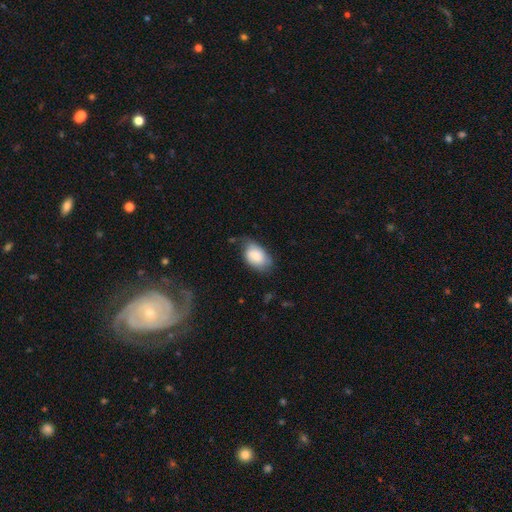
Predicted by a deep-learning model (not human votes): smooth_or_featured: smooth (p=0.78) [alt: featured or disk p=0.15]
how_rounded: in between (p=0.90) [alt: round p=0.09]
merging: none (p=0.50) [alt: minor disturbance p=0.37]